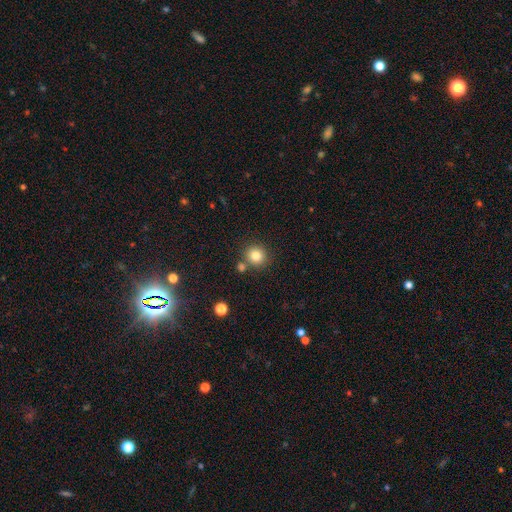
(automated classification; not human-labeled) A smooth galaxy with no disk features (83%) that is round (89%). Merging: none (76%).